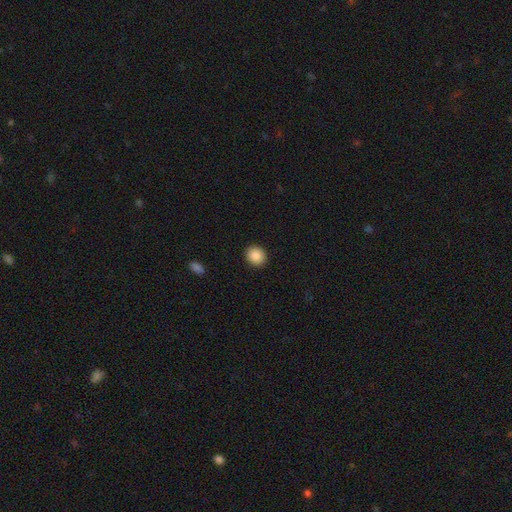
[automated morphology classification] type=smooth (88%); roundness=round (81%); merging=none (92%).